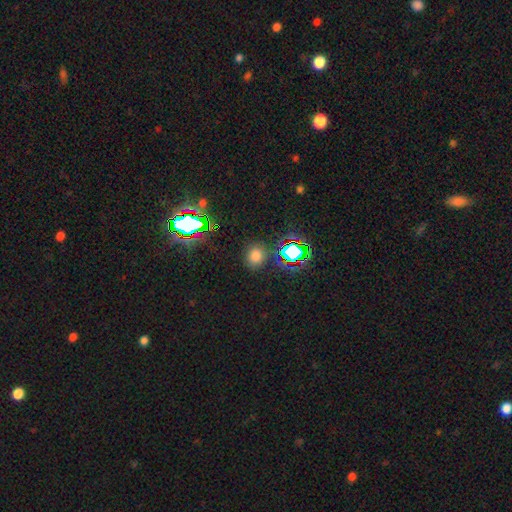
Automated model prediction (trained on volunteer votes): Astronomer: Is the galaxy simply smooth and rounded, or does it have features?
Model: smooth — 65%.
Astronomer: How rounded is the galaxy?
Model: round — 75%.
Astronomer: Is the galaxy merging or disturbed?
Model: none — 84%.